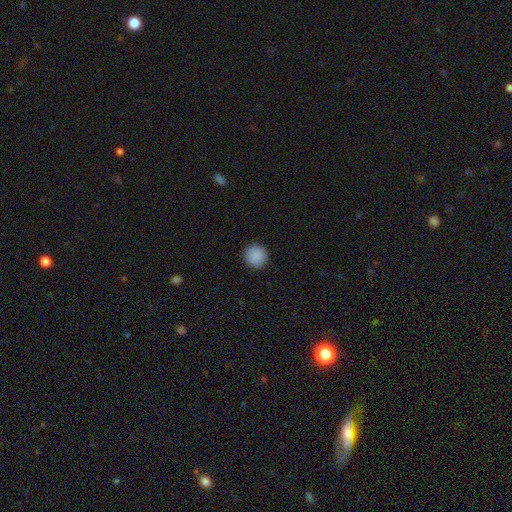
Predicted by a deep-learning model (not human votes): Smooth or featured? Predicted: smooth (p=0.89). How rounded? Predicted: round (p=0.93). Merging? Predicted: none (p=0.91).